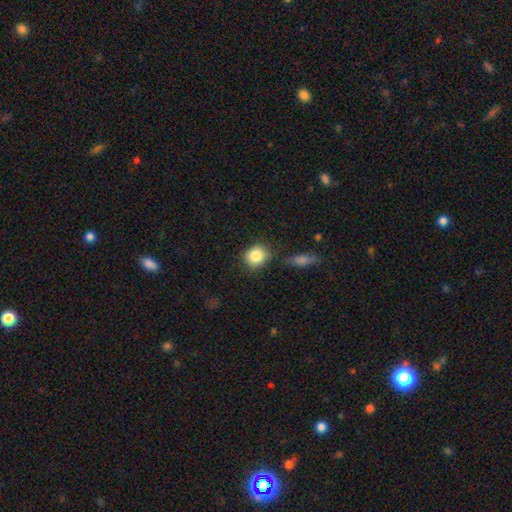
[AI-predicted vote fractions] Morphology: type=smooth (85%); roundness=round (73%); merging=none (76%).